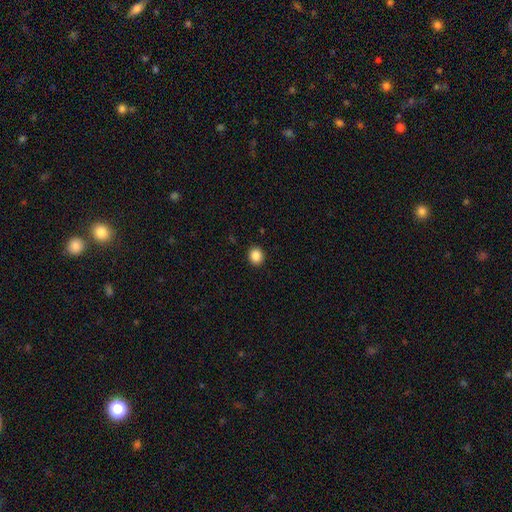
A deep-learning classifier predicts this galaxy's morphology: The model was most divided on "how rounded": round: 78%, in between: 21%, cigar-shaped: 1%. More confident: merging — none (92%); smooth or featured — smooth (87%).